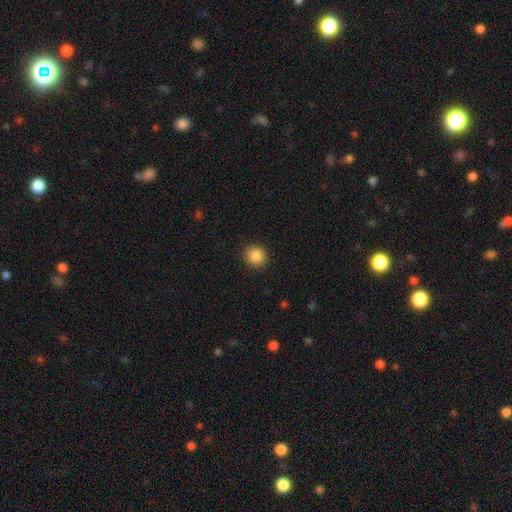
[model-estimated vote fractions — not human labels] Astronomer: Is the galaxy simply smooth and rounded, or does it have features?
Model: smooth — 86%.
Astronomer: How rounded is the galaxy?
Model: round — 91%.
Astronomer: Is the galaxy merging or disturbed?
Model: none — 92%.